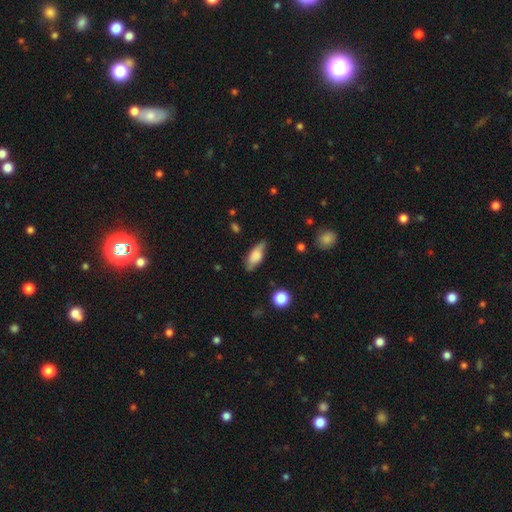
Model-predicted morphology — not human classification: smooth-or-featured: smooth: 67% | featured or disk: 26% | star or artifact: 7%
  how-rounded: in between: 79% | cigar-shaped: 18% | round: 3%
  merging: none: 70% | minor disturbance: 23% | major disturbance: 5% | merger: 2%